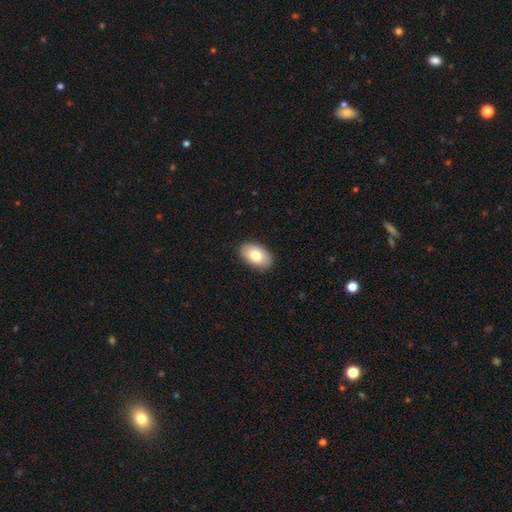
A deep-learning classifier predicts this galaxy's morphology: Smooth or featured? Predicted: smooth (p=0.80). How rounded? Predicted: in between (p=0.93). Merging? Predicted: none (p=0.88).